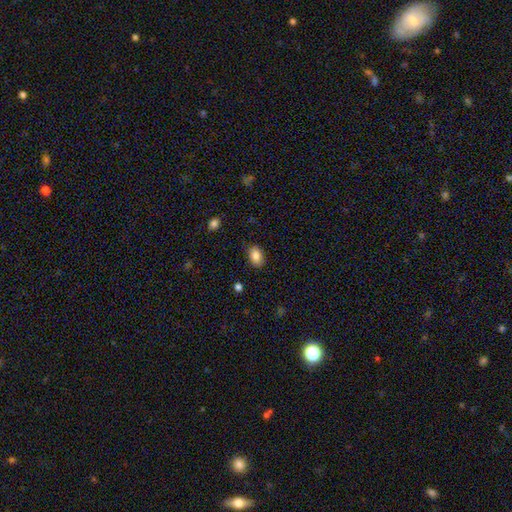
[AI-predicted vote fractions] Smooth or featured?
  - smooth: 86% *
  - star or artifact: 8%
  - featured or disk: 5%
How rounded?
  - in between: 87% *
  - round: 12%
  - cigar-shaped: 1%
Merging?
  - none: 85% *
  - minor disturbance: 11%
  - major disturbance: 3%
  - merger: 1%